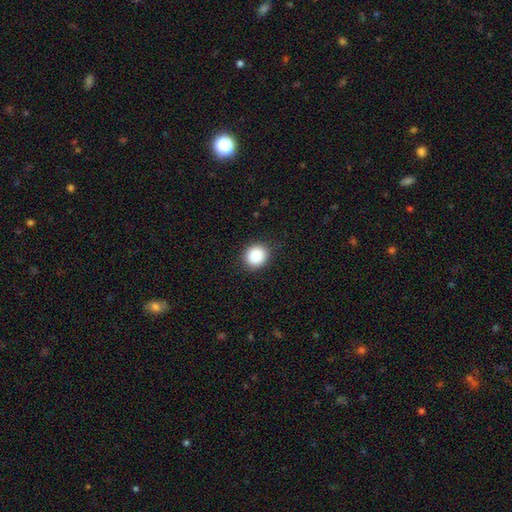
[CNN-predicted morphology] Overall: smooth (88%). How rounded: round (81%). Merging: none (89%).